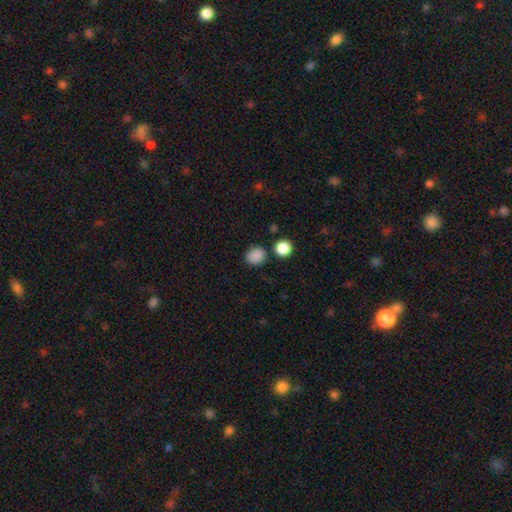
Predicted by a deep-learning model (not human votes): Smooth or featured?
  - smooth: 86% *
  - star or artifact: 11%
  - featured or disk: 3%
How rounded?
  - round: 68% *
  - in between: 31%
  - cigar-shaped: 1%
Merging?
  - none: 81% *
  - minor disturbance: 11%
  - merger: 5%
  - major disturbance: 3%